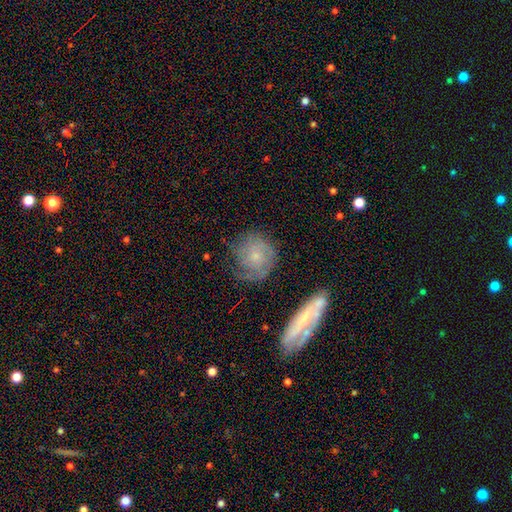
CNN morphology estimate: This is possibly a featured or disk galaxy (54%). It is clearly not viewed edge-on (93%). Bar: likely no (77%). Spiral arm pattern: clearly yes (83%). Central bulge: likely small (65%). Merging: likely none (63%).